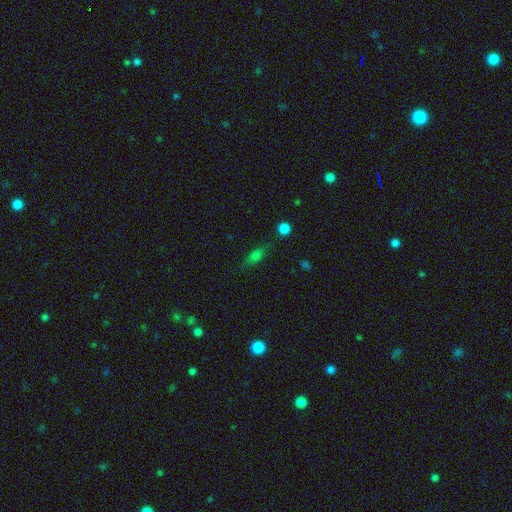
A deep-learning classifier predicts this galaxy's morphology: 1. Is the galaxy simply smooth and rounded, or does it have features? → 69% smooth, 16% star or artifact, 15% featured or disk.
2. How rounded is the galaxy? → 68% in between, 21% cigar-shaped, 11% round.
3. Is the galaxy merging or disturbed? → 72% none, 19% minor disturbance, 6% major disturbance, 3% merger.